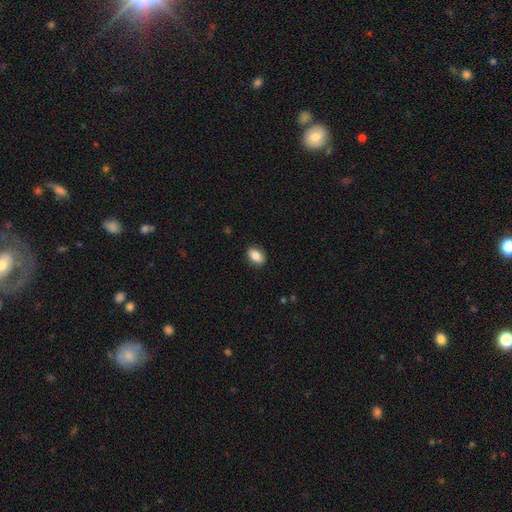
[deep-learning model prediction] smooth 85%, featured or disk 8%, star or artifact 7%. Down the decision tree: how rounded — in between (81%); merging — none (88%).